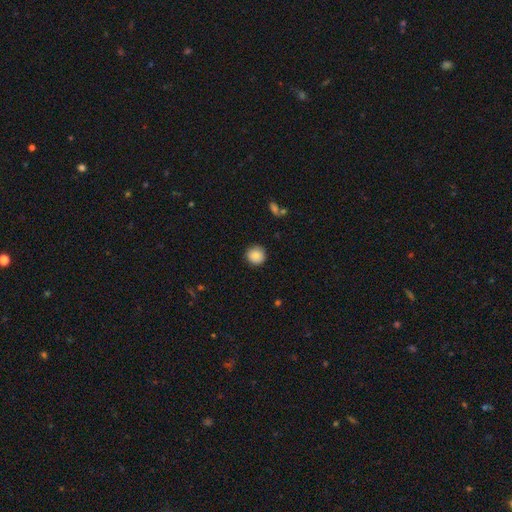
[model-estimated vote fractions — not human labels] smooth_or_featured: smooth (p=0.85) [alt: star or artifact p=0.08]
how_rounded: round (p=0.93) [alt: in between p=0.06]
merging: none (p=0.89) [alt: minor disturbance p=0.08]